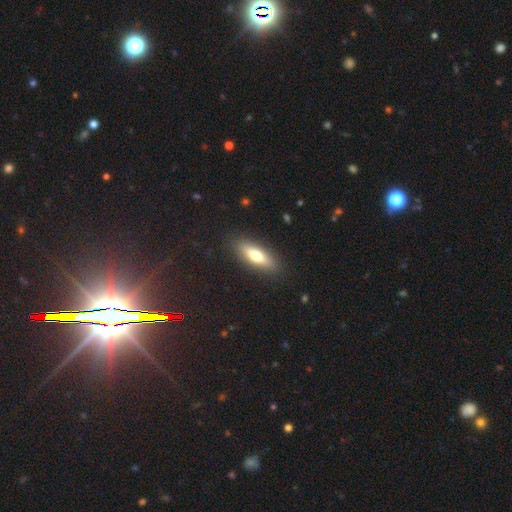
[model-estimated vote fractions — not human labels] smooth-or-featured: smooth: 70% | featured or disk: 23% | star or artifact: 7%
  how-rounded: in between: 58% | cigar-shaped: 40% | round: 2%
  merging: none: 87% | minor disturbance: 9% | major disturbance: 3% | merger: 1%